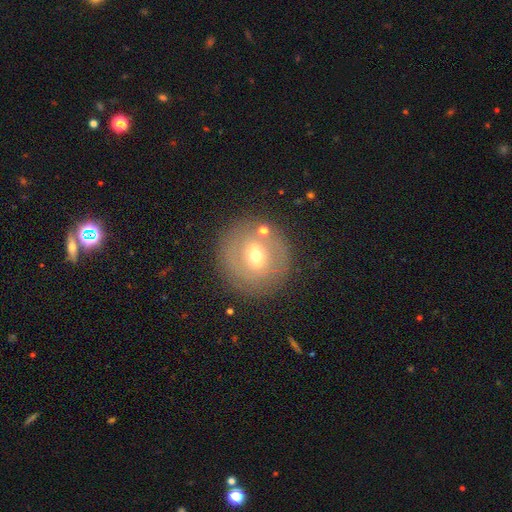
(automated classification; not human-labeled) This is possibly a featured or disk galaxy (47%). Merging: clearly none (80%).